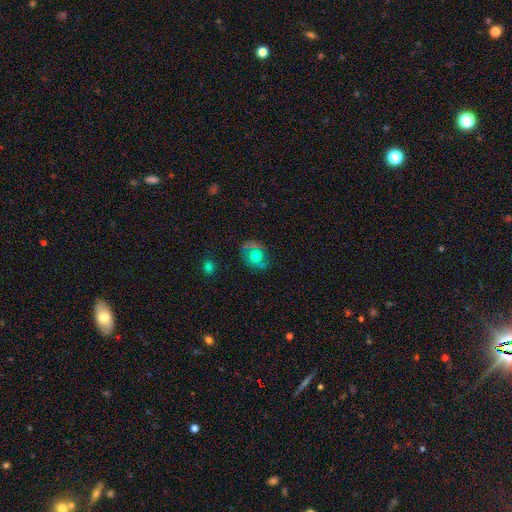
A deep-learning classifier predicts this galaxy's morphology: Overall: smooth (50%; featured or disk 37%). Merging: none (69%).